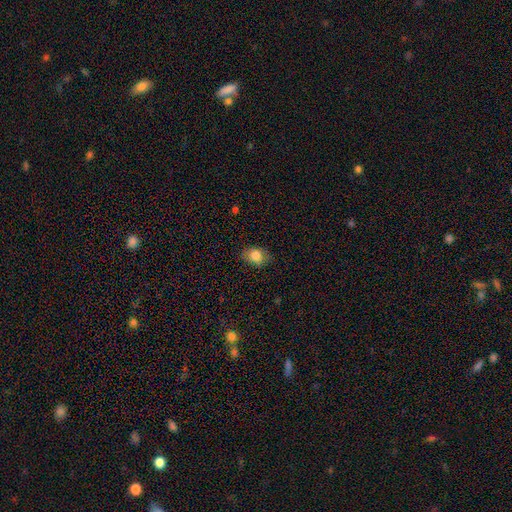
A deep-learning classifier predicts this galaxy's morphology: smooth-or-featured: smooth: 82% | featured or disk: 10% | star or artifact: 9%
  how-rounded: in between: 73% | round: 26% | cigar-shaped: 1%
  merging: none: 78% | minor disturbance: 17% | major disturbance: 4% | merger: 1%